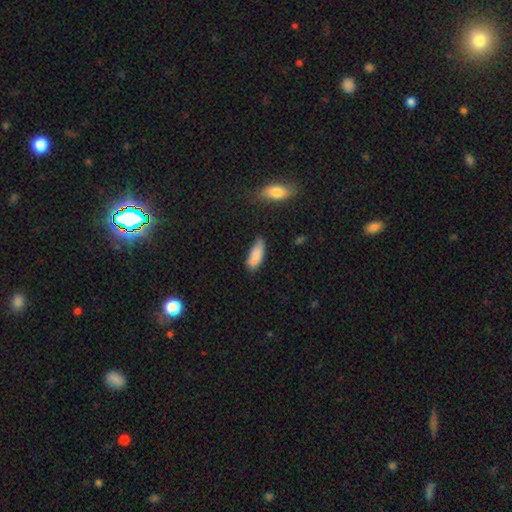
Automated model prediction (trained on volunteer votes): Smooth or featured: smooth — 82% (featured or disk — 10%)
How rounded: in between — 76% (cigar-shaped — 22%)
Merging: none — 54% (minor disturbance — 31%)